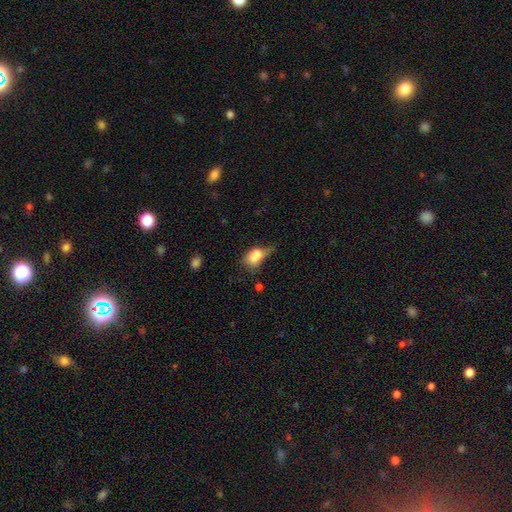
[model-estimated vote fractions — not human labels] smooth-or-featured: smooth: 69% | featured or disk: 21% | star or artifact: 11%
  how-rounded: in between: 72% | round: 23% | cigar-shaped: 5%
  merging: merger: 30% | major disturbance: 26% | minor disturbance: 24% | none: 20%